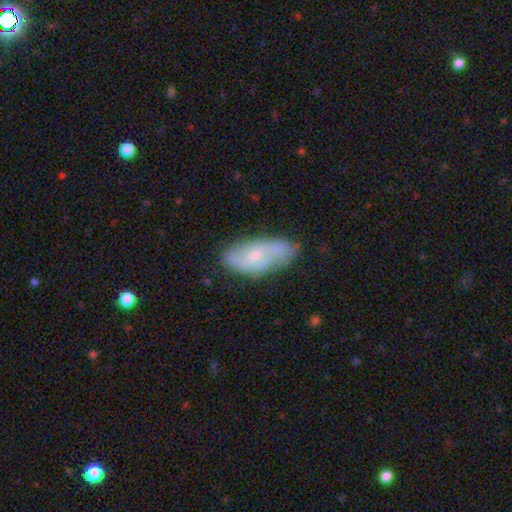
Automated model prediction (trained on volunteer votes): Smooth or featured? Predicted: featured or disk (p=0.53). Edge-on disk? Predicted: no (p=0.90). Merging? Predicted: none (p=0.62).